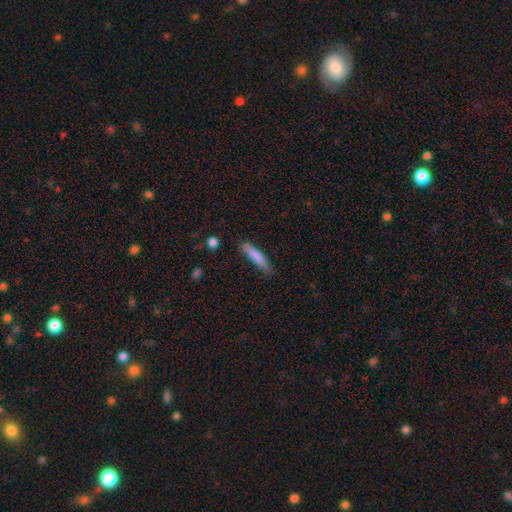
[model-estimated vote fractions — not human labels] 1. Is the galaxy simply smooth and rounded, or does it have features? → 81% smooth, 12% featured or disk, 6% star or artifact.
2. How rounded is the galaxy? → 86% cigar-shaped, 13% in between, 1% round.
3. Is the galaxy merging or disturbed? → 77% none, 18% minor disturbance, 4% major disturbance, 2% merger.